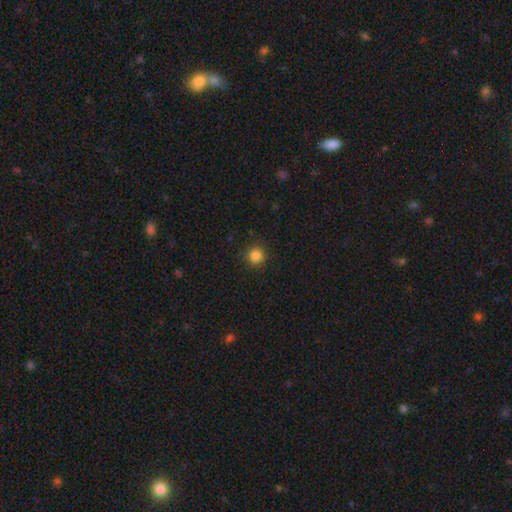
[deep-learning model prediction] This is clearly a smooth galaxy (84%). How rounded: clearly round (94%). Merging: clearly none (90%).